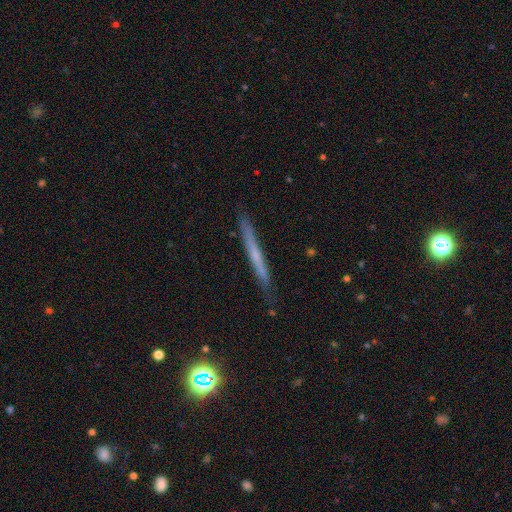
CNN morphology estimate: smooth-or-featured: featured or disk: 50% | smooth: 42% | star or artifact: 8%
  merging: none: 86% | minor disturbance: 11% | major disturbance: 2% | merger: 1%